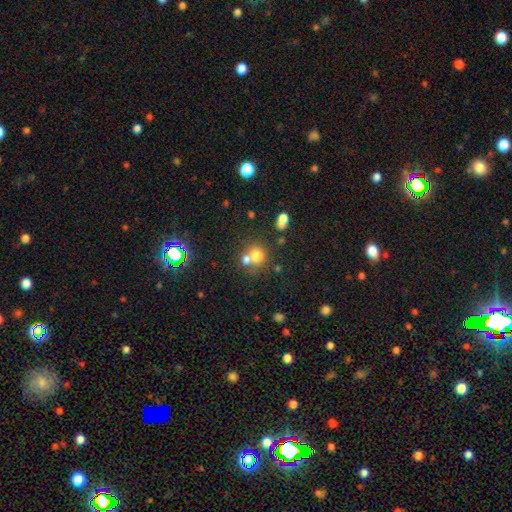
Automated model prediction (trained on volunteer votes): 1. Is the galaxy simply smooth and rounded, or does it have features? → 71% smooth, 16% star or artifact, 13% featured or disk.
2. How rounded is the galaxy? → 79% round, 20% in between, 1% cigar-shaped.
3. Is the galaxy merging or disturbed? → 44% merger, 43% none, 9% minor disturbance, 5% major disturbance.